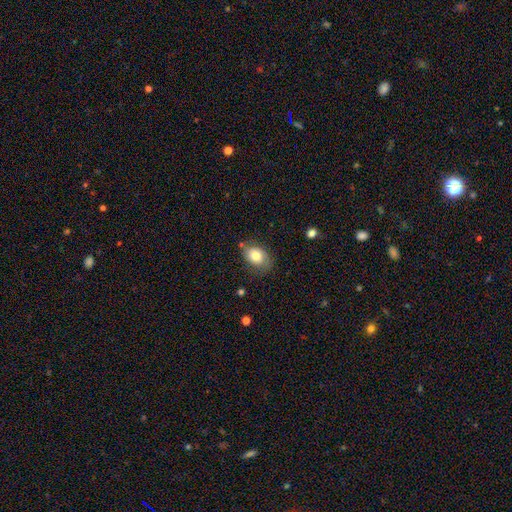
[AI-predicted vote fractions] This appears to be a smooth galaxy with no disk features (75%) that is in between round and cigar-shaped (75%). Merging: none (66%).